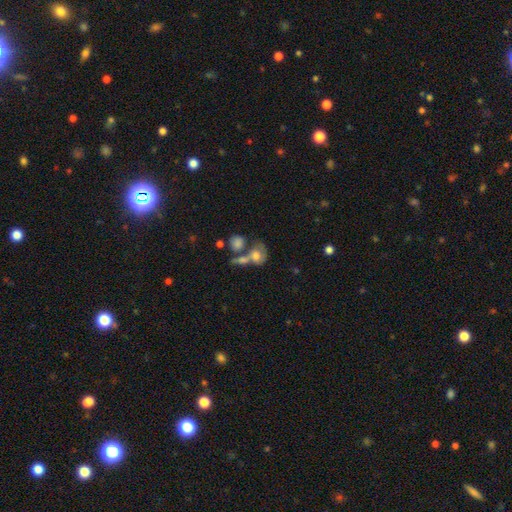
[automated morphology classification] A smooth galaxy with no disk features (62%) that is in between round and cigar-shaped (55%). Merging: merger (49%).